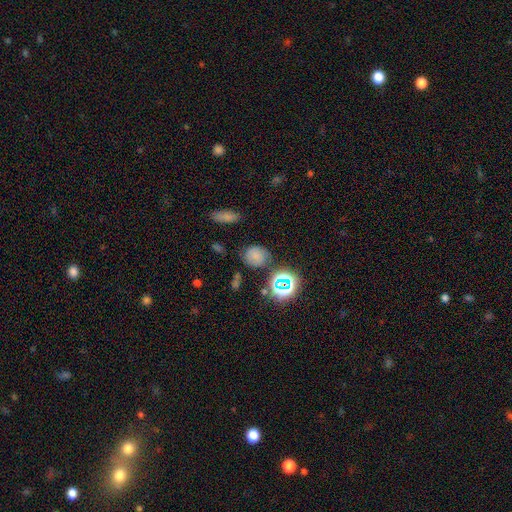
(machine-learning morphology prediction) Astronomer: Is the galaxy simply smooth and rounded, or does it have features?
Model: smooth — 63%.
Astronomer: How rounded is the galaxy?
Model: round — 72%.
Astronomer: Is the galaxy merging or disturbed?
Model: none — 71%.